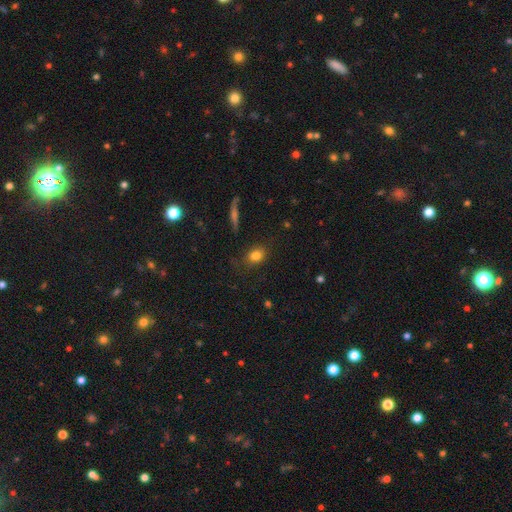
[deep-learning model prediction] Smooth or featured: smooth — 81% (star or artifact — 11%)
How rounded: in between — 54% (round — 43%)
Merging: none — 78% (minor disturbance — 15%)